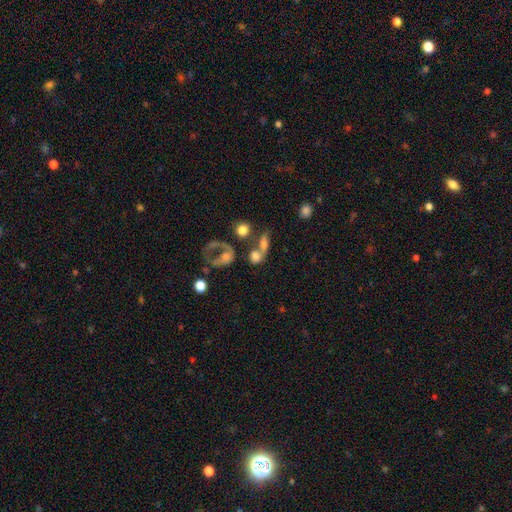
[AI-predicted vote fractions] This appears to be a smooth galaxy with no disk features (60%) that is in between round and cigar-shaped (52%). Merging: merger (49%).